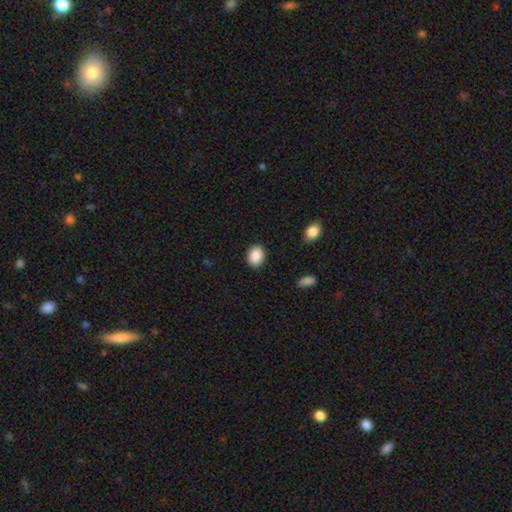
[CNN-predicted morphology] Overall: smooth (89%). How rounded: in between (60%; round 39%). Merging: none (88%).